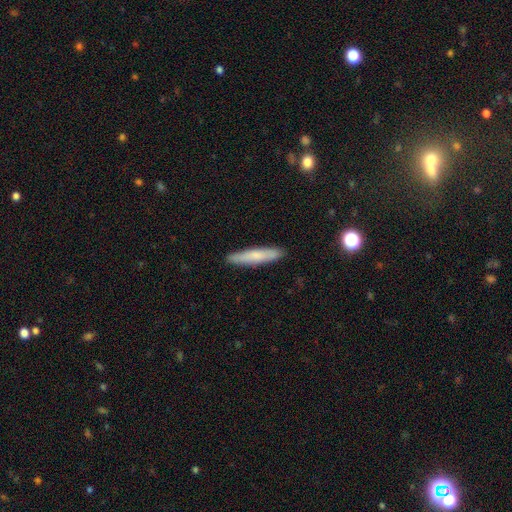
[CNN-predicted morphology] Q: Smooth or featured?
A: smooth (71%); runner-up: featured or disk (23%)
Q: How rounded?
A: cigar-shaped (92%); runner-up: in between (7%)
Q: Merging?
A: none (90%); runner-up: minor disturbance (7%)